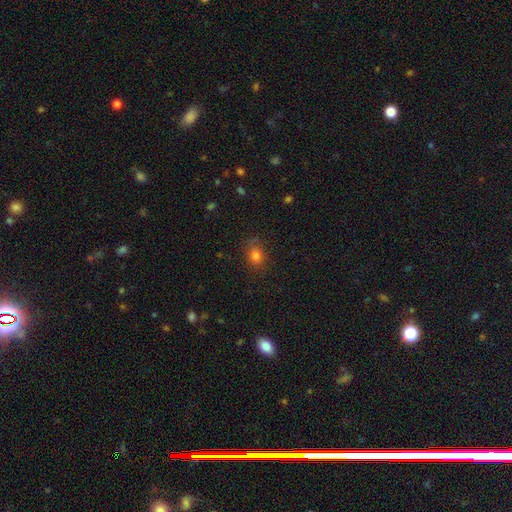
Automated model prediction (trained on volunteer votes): This is likely a smooth galaxy (78%). How rounded: possibly in between (52%). Merging: likely none (77%).